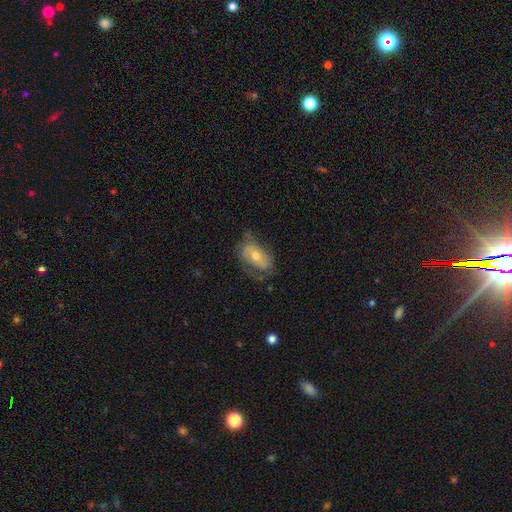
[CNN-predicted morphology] Smooth or featured? Predicted: smooth (p=0.48). Merging? Predicted: none (p=0.53).